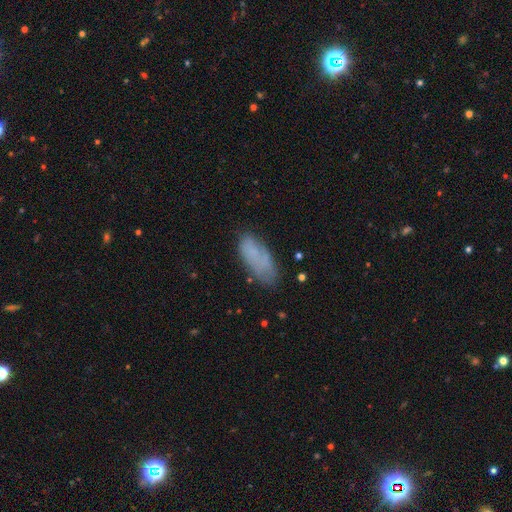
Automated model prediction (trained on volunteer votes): Smooth or featured?
  - smooth: 67% *
  - featured or disk: 24%
  - star or artifact: 10%
How rounded?
  - in between: 79% *
  - cigar-shaped: 18%
  - round: 3%
Merging?
  - none: 62% *
  - minor disturbance: 25%
  - major disturbance: 10%
  - merger: 4%